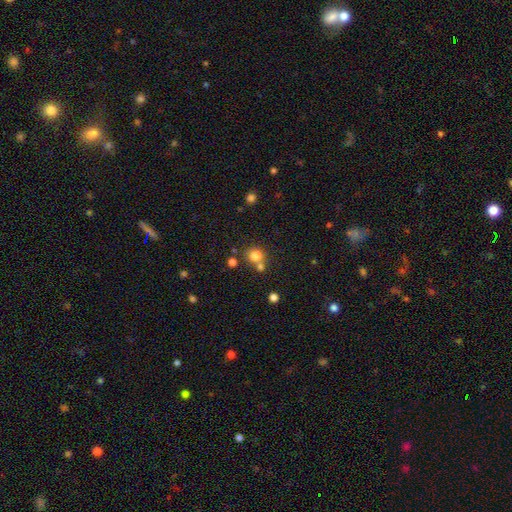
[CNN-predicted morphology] type=smooth (78%); roundness=round (83%); merging=none (58%).